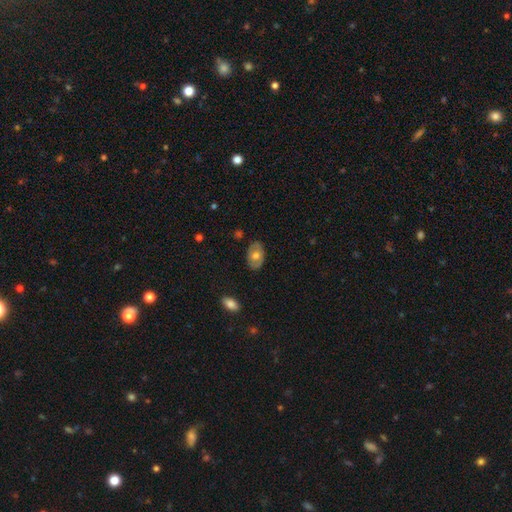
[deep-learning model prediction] Morphology: type=smooth (55%); roundness=in between (84%); merging=none (82%).